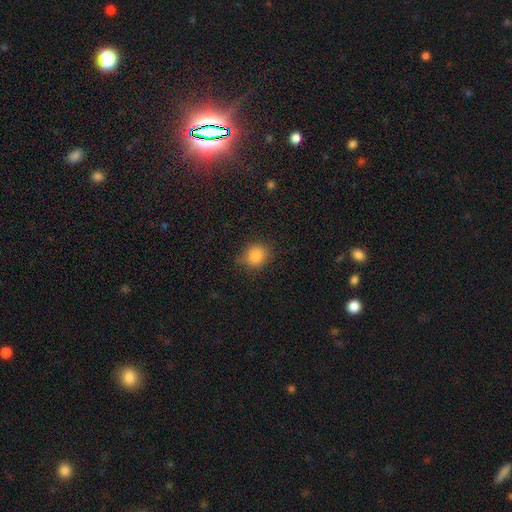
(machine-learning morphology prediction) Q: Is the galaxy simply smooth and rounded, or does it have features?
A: smooth — 83%.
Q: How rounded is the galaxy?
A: round — 73%.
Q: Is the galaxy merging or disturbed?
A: none — 77%.